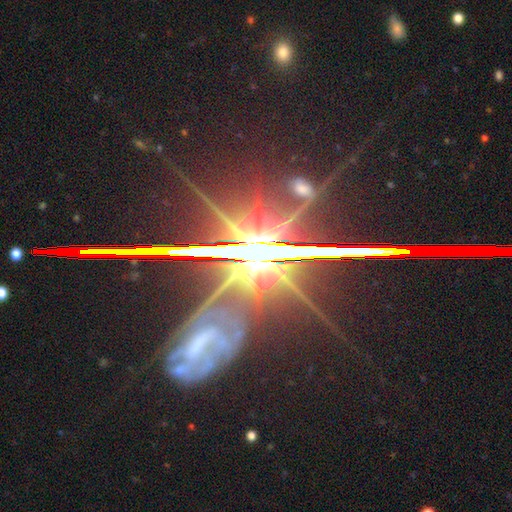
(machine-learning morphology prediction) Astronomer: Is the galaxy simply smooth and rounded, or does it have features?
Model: star or artifact — 70%.